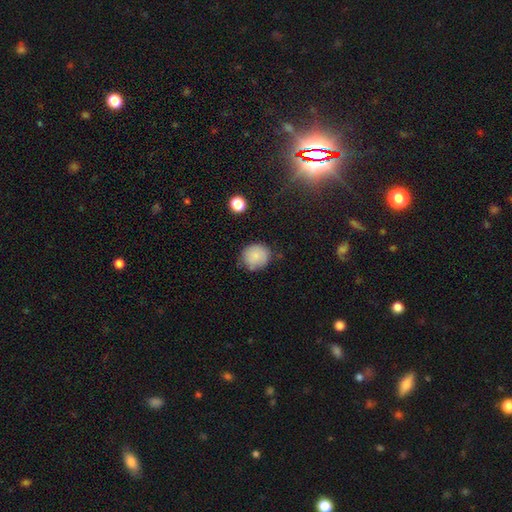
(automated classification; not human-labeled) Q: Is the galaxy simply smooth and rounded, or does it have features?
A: smooth — 83%.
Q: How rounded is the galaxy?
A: round — 82%.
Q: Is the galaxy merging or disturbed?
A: none — 74%.